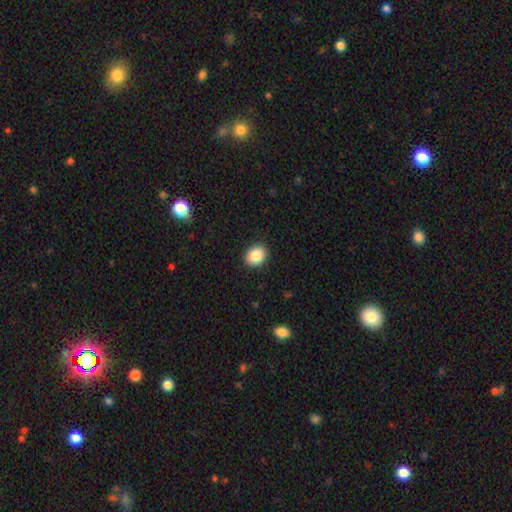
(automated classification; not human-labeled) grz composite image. It shows a smooth galaxy with no disk features (86%) that is round (54%). Merging: none (90%).